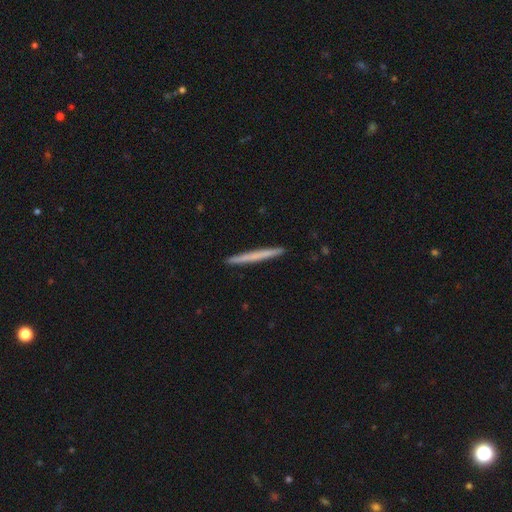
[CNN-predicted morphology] Smooth or featured? smooth (61%)
How rounded? cigar-shaped (97%)
Merging? none (93%)